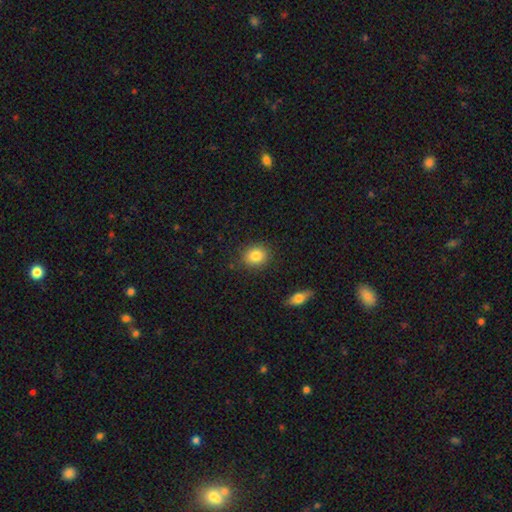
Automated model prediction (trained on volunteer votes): Morphology: type=smooth (84%); roundness=round (70%); merging=none (87%).